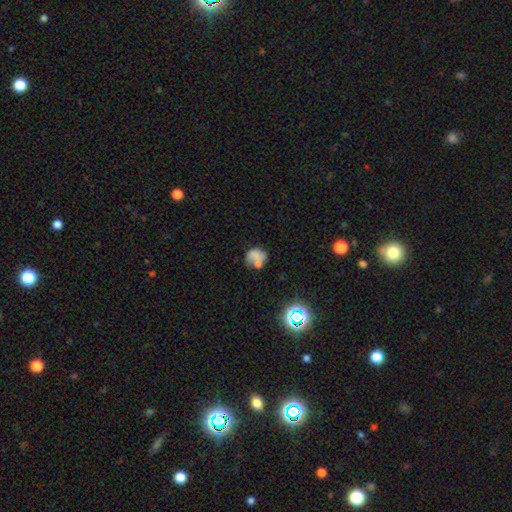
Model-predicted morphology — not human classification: smooth-or-featured: smooth: 62% | featured or disk: 23% | star or artifact: 15%
  how-rounded: round: 61% | in between: 38% | cigar-shaped: 1%
  merging: none: 41% | merger: 23% | minor disturbance: 22% | major disturbance: 15%